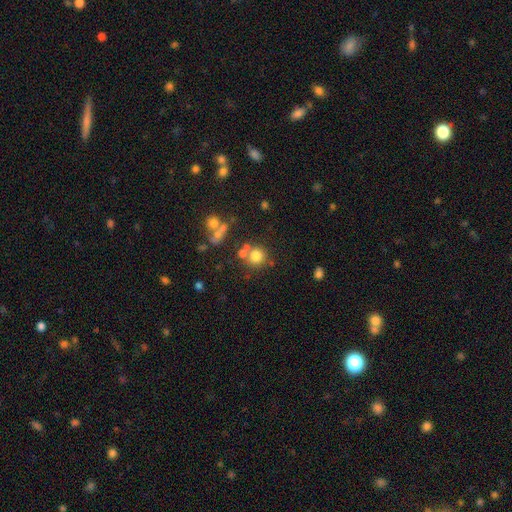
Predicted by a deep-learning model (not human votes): Smooth or featured? Predicted: smooth (p=0.75). How rounded? Predicted: round (p=0.90). Merging? Predicted: none (p=0.63).